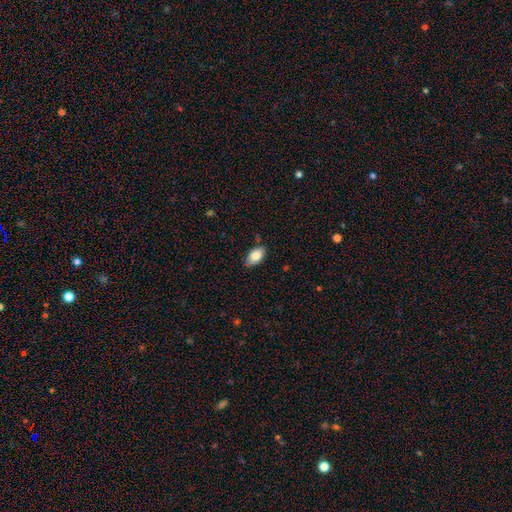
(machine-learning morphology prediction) Smooth or featured?
  - smooth: 85% *
  - featured or disk: 9%
  - star or artifact: 7%
How rounded?
  - in between: 93% *
  - round: 4%
  - cigar-shaped: 2%
Merging?
  - none: 84% *
  - minor disturbance: 13%
  - major disturbance: 2%
  - merger: 1%